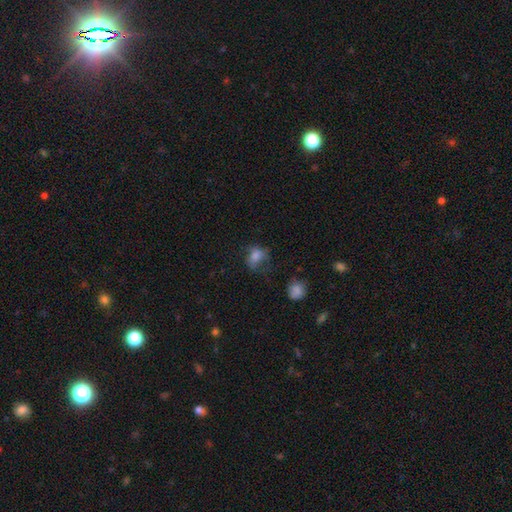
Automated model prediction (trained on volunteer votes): Smooth or featured?
  - smooth: 70% *
  - featured or disk: 16%
  - star or artifact: 14%
How rounded?
  - in between: 58% *
  - round: 40%
  - cigar-shaped: 2%
Merging?
  - none: 41% *
  - major disturbance: 28%
  - minor disturbance: 27%
  - merger: 3%